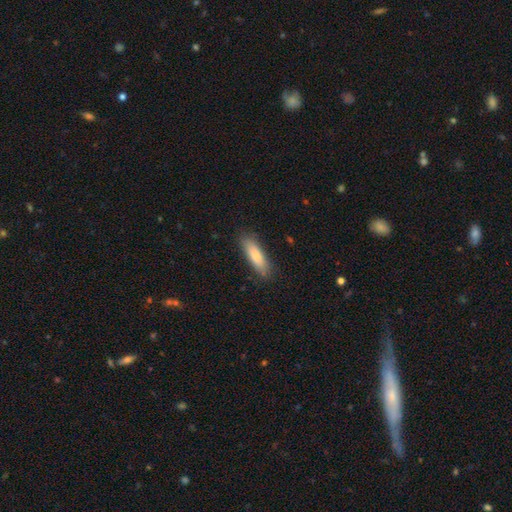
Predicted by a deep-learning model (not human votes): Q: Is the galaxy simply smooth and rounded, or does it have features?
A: smooth — 81%.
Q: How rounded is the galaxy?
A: cigar-shaped — 59%.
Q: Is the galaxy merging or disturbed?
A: none — 84%.